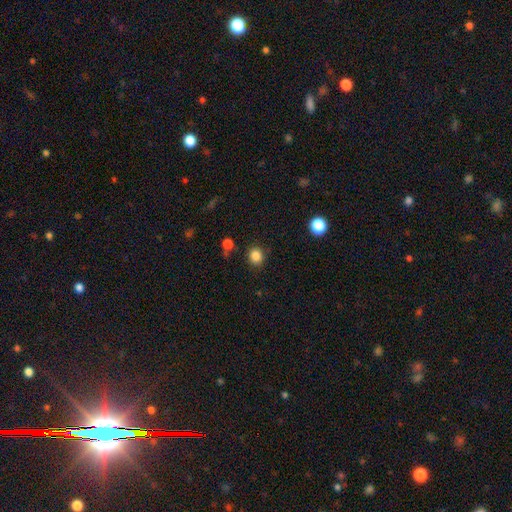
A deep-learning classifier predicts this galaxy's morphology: Q: Smooth or featured?
A: smooth (85%); runner-up: star or artifact (11%)
Q: How rounded?
A: round (80%); runner-up: in between (19%)
Q: Merging?
A: none (86%); runner-up: minor disturbance (8%)